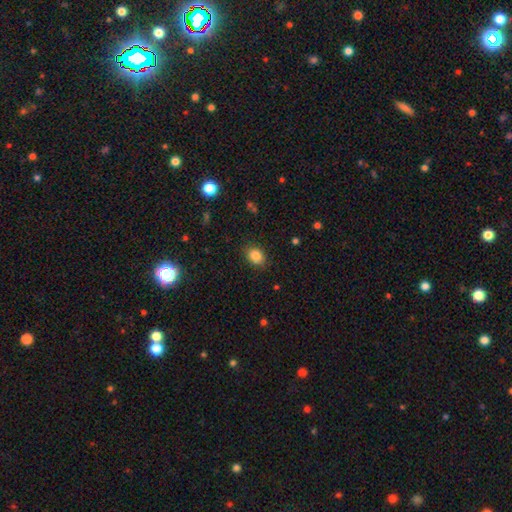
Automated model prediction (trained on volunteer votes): This is clearly a smooth galaxy (84%). How rounded: likely in between (63%). Merging: clearly none (87%).